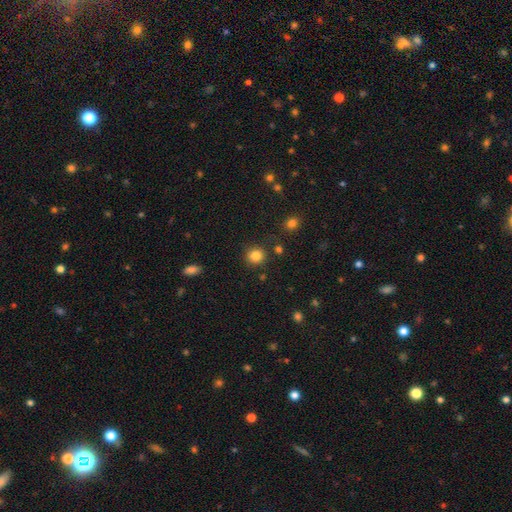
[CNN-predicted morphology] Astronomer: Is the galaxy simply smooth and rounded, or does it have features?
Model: smooth — 84%.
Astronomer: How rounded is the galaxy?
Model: round — 90%.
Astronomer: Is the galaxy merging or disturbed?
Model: none — 87%.